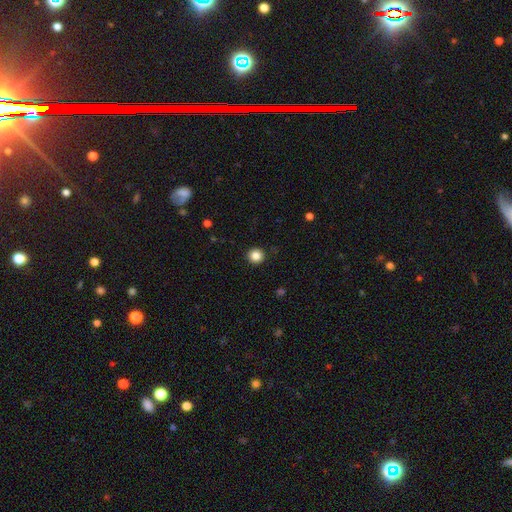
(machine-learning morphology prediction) Q: Smooth or featured?
A: smooth (85%); runner-up: star or artifact (11%)
Q: How rounded?
A: round (93%); runner-up: in between (6%)
Q: Merging?
A: none (92%); runner-up: minor disturbance (5%)